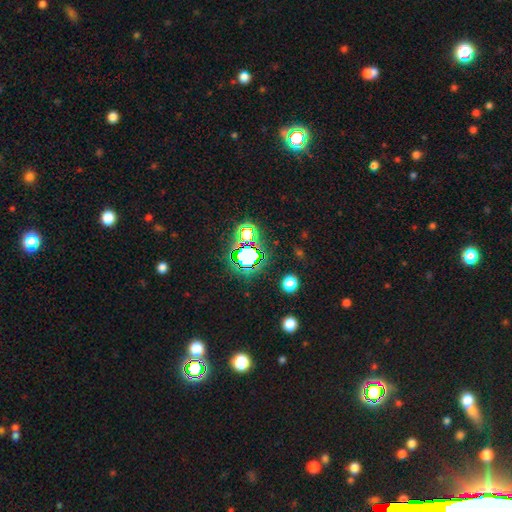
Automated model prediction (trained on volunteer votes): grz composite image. It shows a star or artifact, not a galaxy (79%).